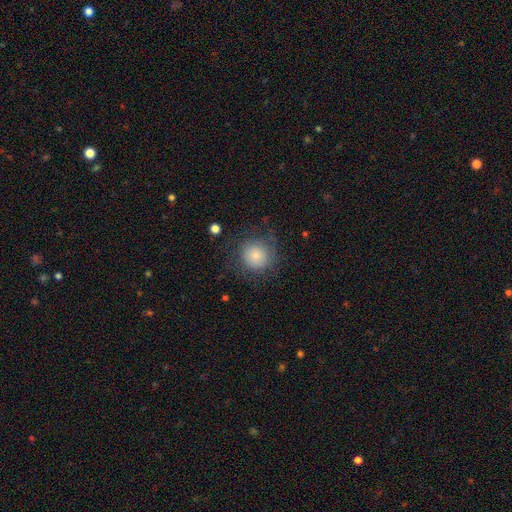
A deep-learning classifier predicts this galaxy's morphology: The model was most divided on "merging": none: 71%, minor disturbance: 17%, major disturbance: 11%, merger: 1%. More confident: how rounded — round (92%); smooth or featured — smooth (76%).